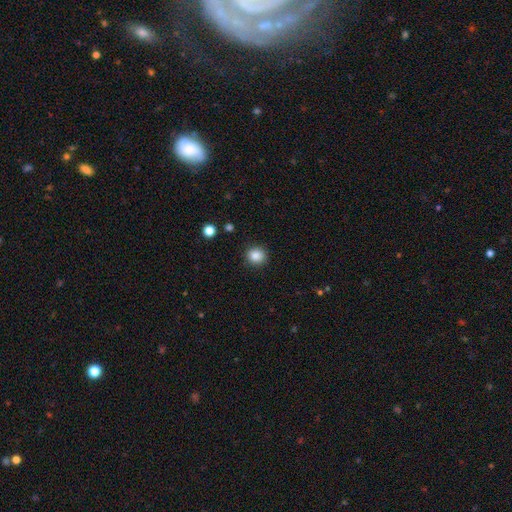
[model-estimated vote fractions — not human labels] Smooth or featured?
  - smooth: 86% *
  - star or artifact: 10%
  - featured or disk: 4%
How rounded?
  - round: 88% *
  - in between: 11%
  - cigar-shaped: 1%
Merging?
  - none: 90% *
  - minor disturbance: 6%
  - major disturbance: 2%
  - merger: 1%